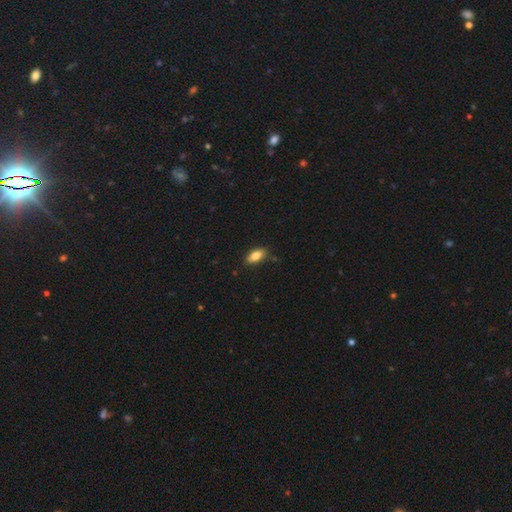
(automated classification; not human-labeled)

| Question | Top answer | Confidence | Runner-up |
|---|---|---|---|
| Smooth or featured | smooth | 82% | featured or disk (11%) |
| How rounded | in between | 87% | cigar-shaped (10%) |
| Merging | none | 84% | minor disturbance (12%) |